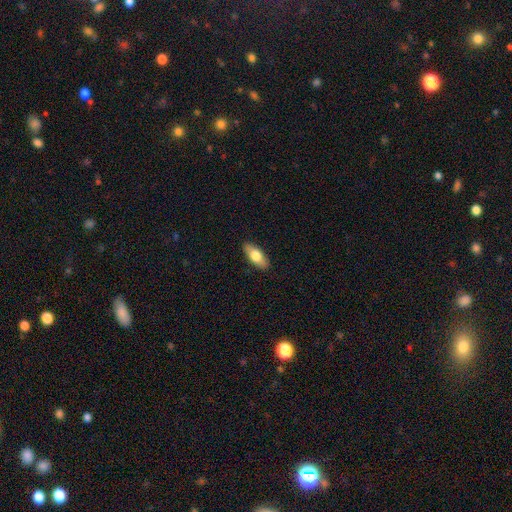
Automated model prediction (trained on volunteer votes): This is likely a smooth galaxy (75%). How rounded: clearly in between (83%). Merging: clearly none (89%).